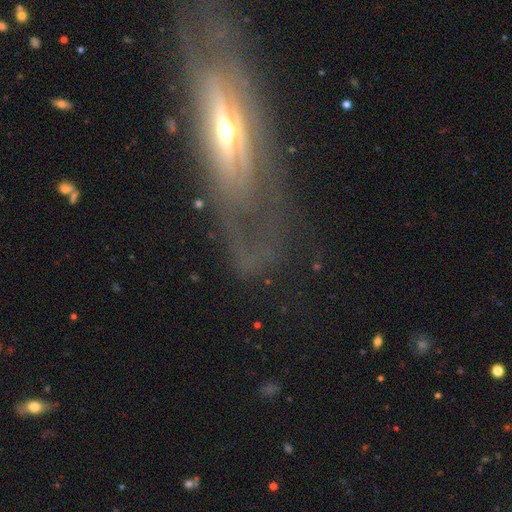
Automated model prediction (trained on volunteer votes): featured or disk 66%, smooth 20%, star or artifact 14%. Down the decision tree: edge-on disk — no (57%); merging — none (45%).